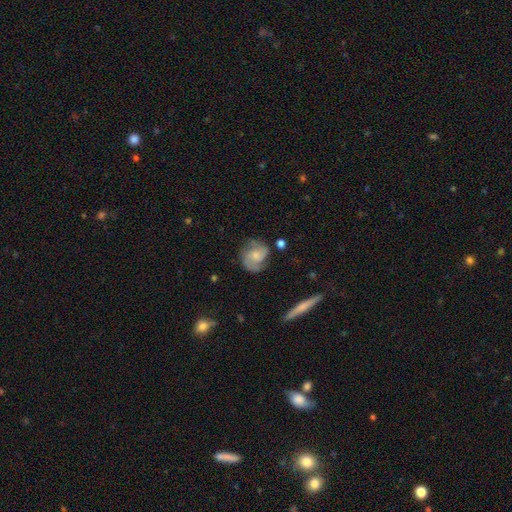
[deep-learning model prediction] A featured or disk galaxy (63%) with no bar (65%), 2 (64%) medium (47%) spiral arms (89%) and a moderate central bulge (41%).

Vote fractions:
- Smooth or featured? featured or disk: 63% / smooth: 31% / star or artifact: 7%
- Edge-on disk? no: 96% / yes: 4%
- Bar? no: 65% / weak: 30% / strong: 5%
- Spiral arms? yes: 89% / no: 11%
- Spiral winding? medium: 47% / tight: 33% / loose: 20%
- Spiral arm count? 2: 64% / can't tell: 16% / 3: 12% / 1: 4% / 4: 2% / more than 4: 2%
- Bulge size? moderate: 41% / small: 38% / none: 13% / large: 7% / dominant: 1%
- Merging? none: 66% / minor disturbance: 21% / major disturbance: 10% / merger: 3%